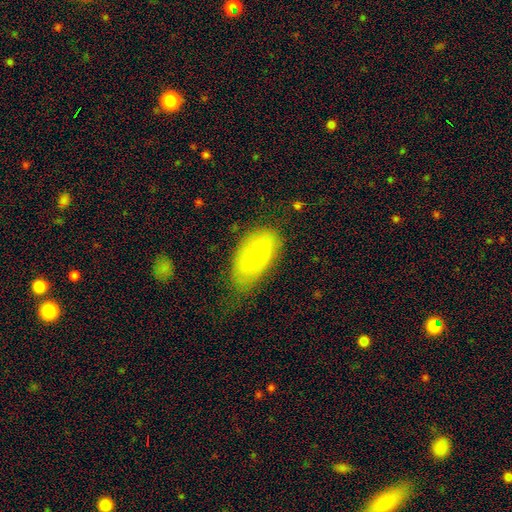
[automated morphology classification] smooth 51%, featured or disk 42%, star or artifact 7%. Down the decision tree: how rounded — in between (92%); merging — none (65%).